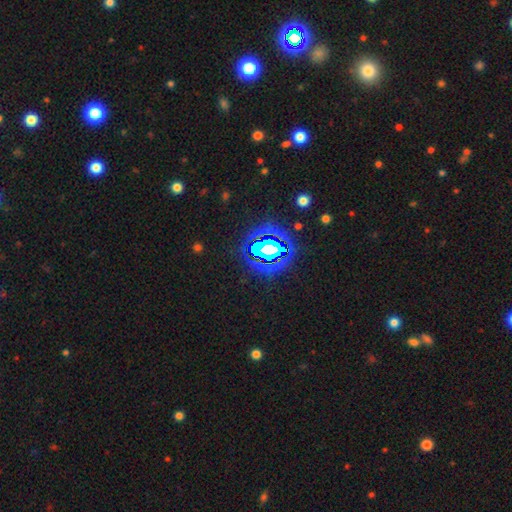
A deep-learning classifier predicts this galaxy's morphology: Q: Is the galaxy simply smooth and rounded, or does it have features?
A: star or artifact — 83%.